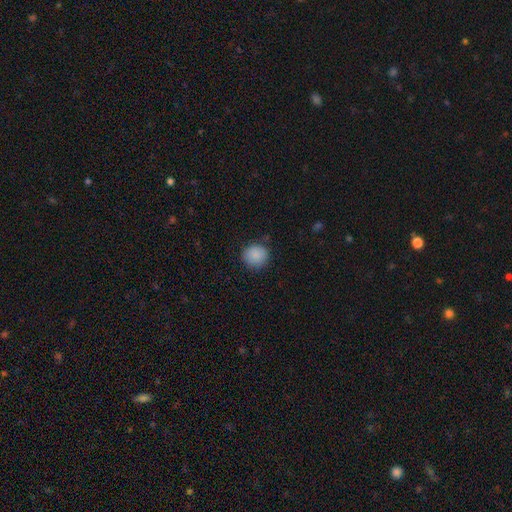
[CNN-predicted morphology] smooth-or-featured: smooth: 88% | star or artifact: 9% | featured or disk: 4%
  how-rounded: round: 87% | in between: 12% | cigar-shaped: 1%
  merging: none: 84% | minor disturbance: 12% | major disturbance: 3% | merger: 1%